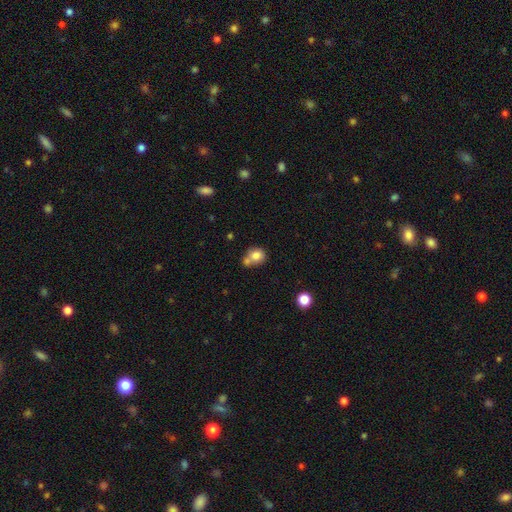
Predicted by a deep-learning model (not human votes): The model was most divided on "merging": none: 42%, merger: 40%, minor disturbance: 14%, major disturbance: 5%. More confident: smooth or featured — smooth (79%); how rounded — round (72%).